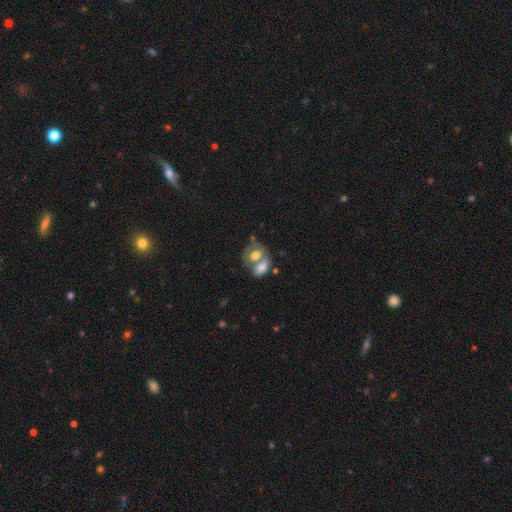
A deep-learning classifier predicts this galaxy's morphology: Smooth or featured? Predicted: smooth (p=0.61). How rounded? Predicted: in between (p=0.64). Merging? Predicted: merger (p=0.58).